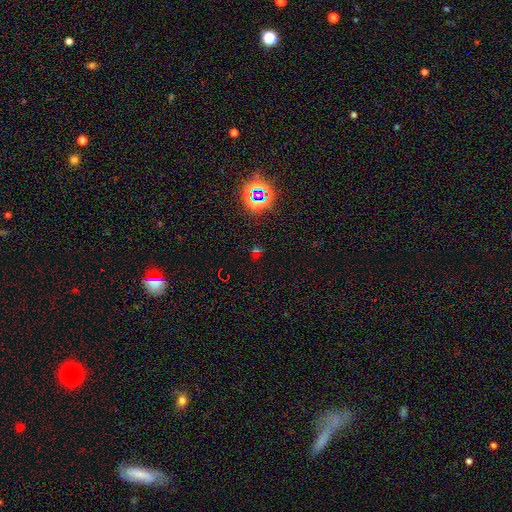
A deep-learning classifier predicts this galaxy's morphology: smooth_or_featured: star or artifact (p=0.67) [alt: smooth p=0.24]